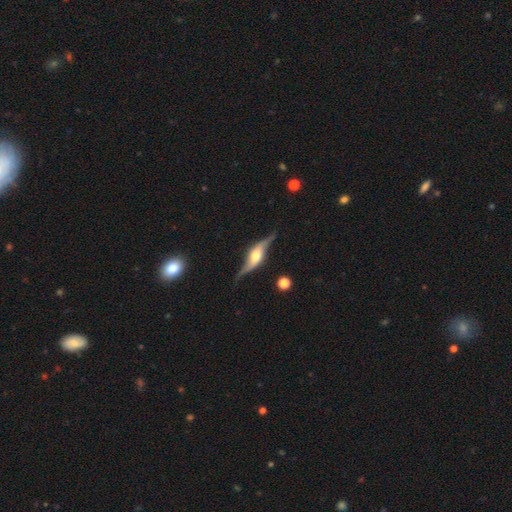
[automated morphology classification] smooth_or_featured: featured or disk (p=0.83) [alt: smooth p=0.12]
disk_edge_on: yes (p=0.69) [alt: no p=0.31]
edge_on_bulge: rounded (p=0.88) [alt: boxy p=0.10]
merging: none (p=0.71) [alt: minor disturbance p=0.20]